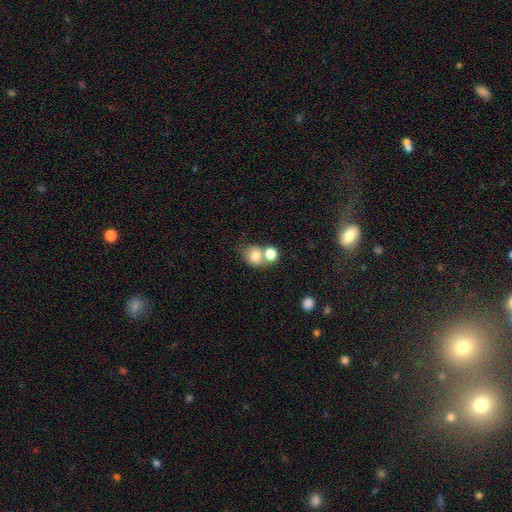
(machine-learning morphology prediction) A smooth galaxy with no disk features (77%) that is round (67%). Merging: merger (47%).